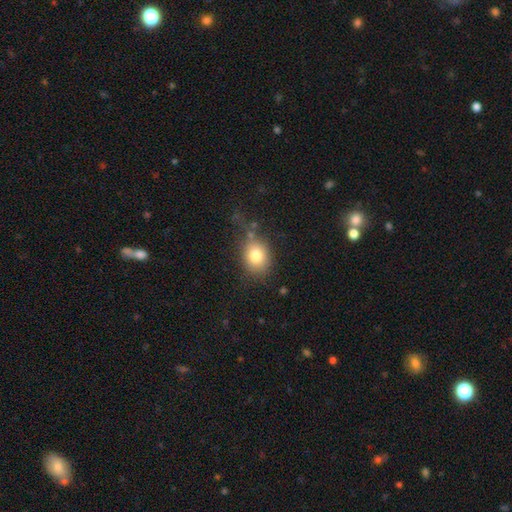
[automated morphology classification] Smooth or featured? Predicted: smooth (p=0.79). How rounded? Predicted: round (p=0.53). Merging? Predicted: none (p=0.66).